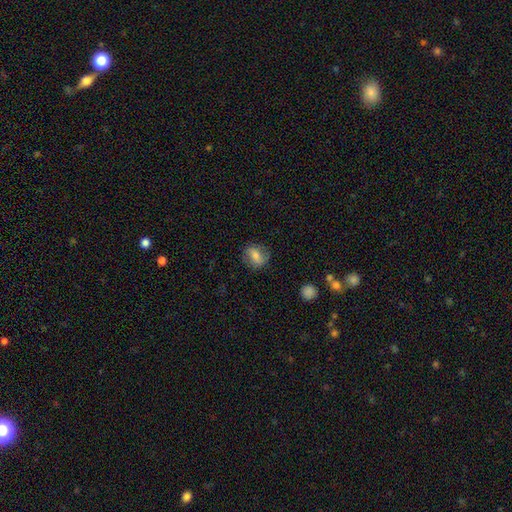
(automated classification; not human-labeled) Overall: smooth (67%). How rounded: in between (54%; round 43%). Merging: none (77%).